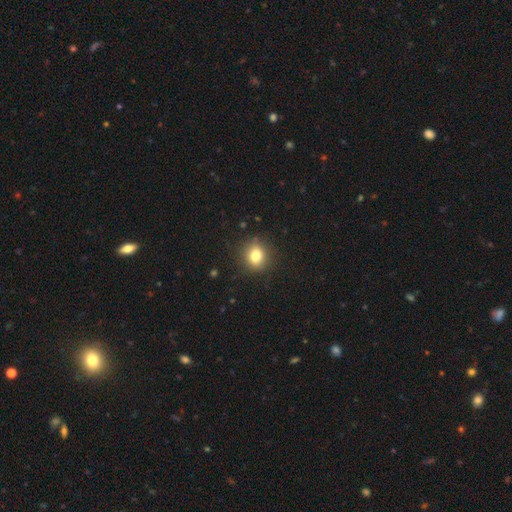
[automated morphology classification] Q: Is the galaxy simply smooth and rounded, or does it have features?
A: smooth — 81%.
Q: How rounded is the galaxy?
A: round — 72%.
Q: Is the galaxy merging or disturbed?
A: none — 87%.